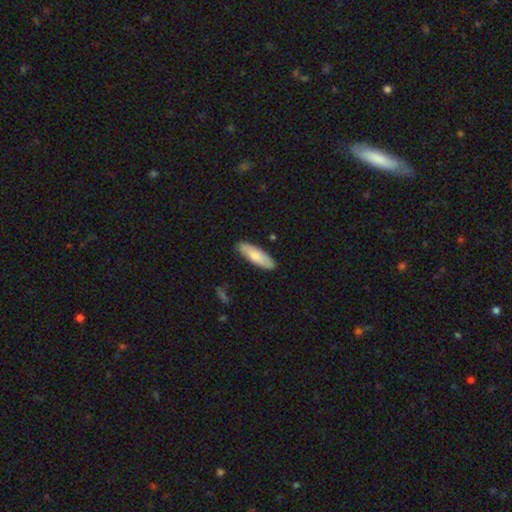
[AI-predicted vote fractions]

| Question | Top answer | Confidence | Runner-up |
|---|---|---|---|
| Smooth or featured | smooth | 75% | featured or disk (20%) |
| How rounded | in between | 50% | cigar-shaped (48%) |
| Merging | none | 87% | minor disturbance (10%) |